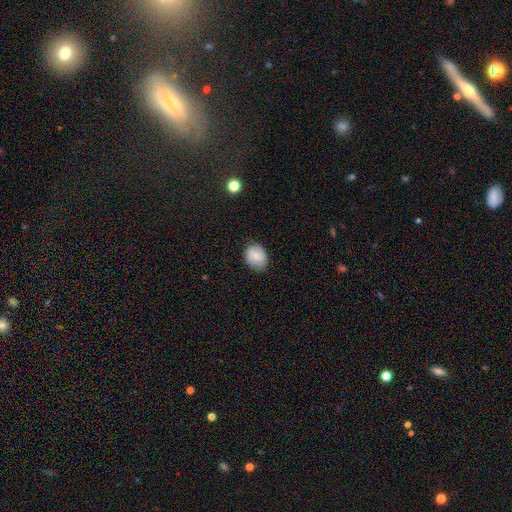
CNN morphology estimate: A smooth galaxy with no disk features (70%) that is in between round and cigar-shaped (50%). Merging: none (75%).